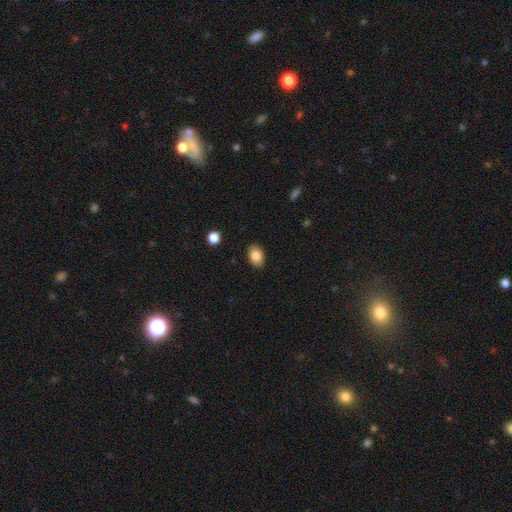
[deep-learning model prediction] Smooth or featured? smooth (85%)
How rounded? in between (83%)
Merging? none (88%)